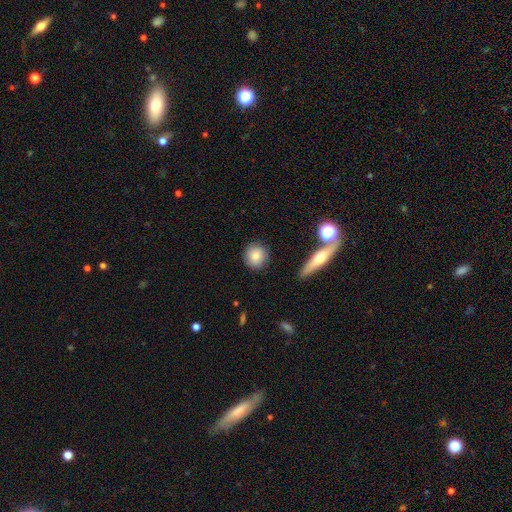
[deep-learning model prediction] Overall: smooth (78%). How rounded: round (87%). Merging: none (87%).